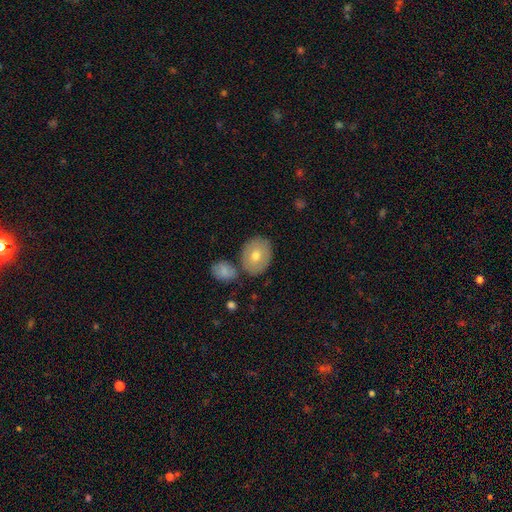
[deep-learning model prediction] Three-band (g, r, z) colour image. It shows a smooth galaxy with no disk features (67%) that is in between round and cigar-shaped (57%). Merging: none (69%).